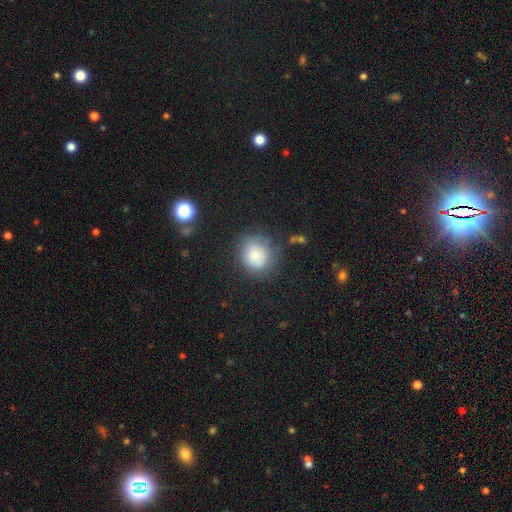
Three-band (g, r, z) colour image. It shows a smooth galaxy with no disk features (77%) that is round (83%). Merging: none (57%).